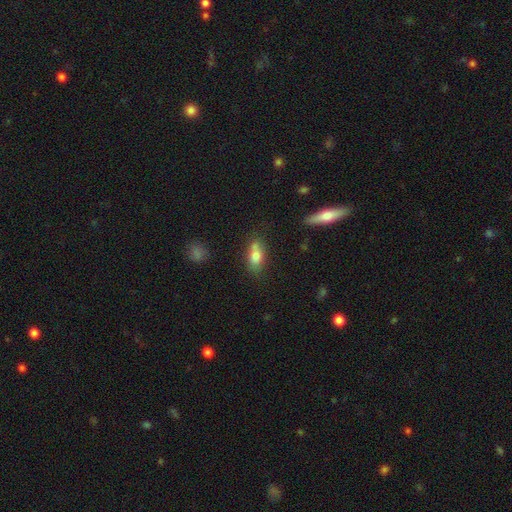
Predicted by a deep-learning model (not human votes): smooth_or_featured: smooth (p=0.75) [alt: featured or disk p=0.17]
how_rounded: in between (p=0.82) [alt: cigar-shaped p=0.10]
merging: none (p=0.61) [alt: minor disturbance p=0.20]